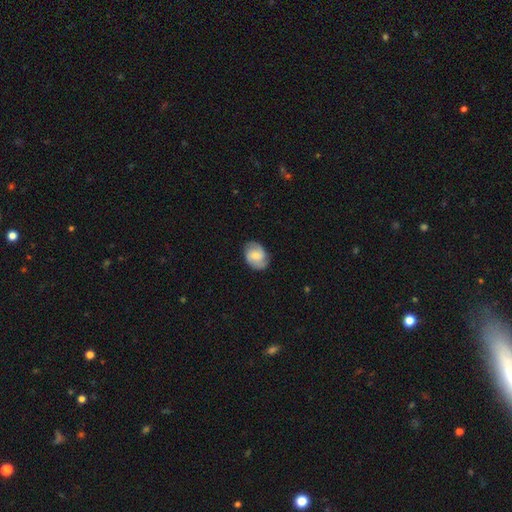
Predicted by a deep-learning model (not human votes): Smooth or featured: featured or disk — 53% (smooth — 40%)
Edge-on disk: no — 96% (yes — 4%)
Bar: no — 51% (weak — 39%)
Spiral arms: yes — 87% (no — 13%)
Bulge size: moderate — 47% (small — 44%)
Merging: none — 80% (minor disturbance — 15%)